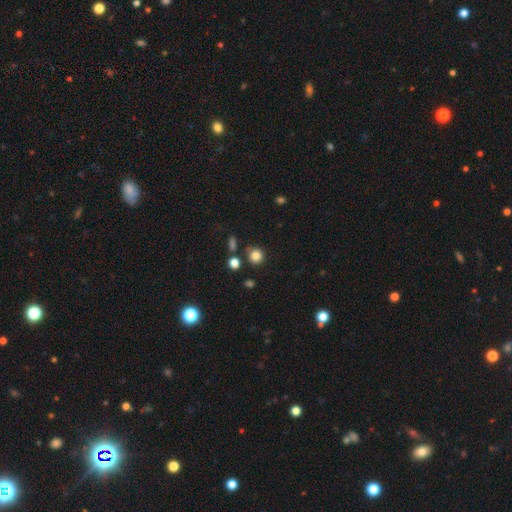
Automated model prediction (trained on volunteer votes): The model was most divided on "smooth or featured": smooth: 83%, star or artifact: 12%, featured or disk: 5%. More confident: how rounded — round (91%); merging — none (81%).